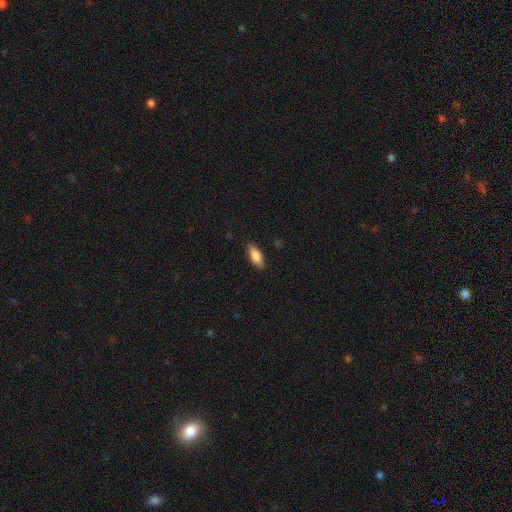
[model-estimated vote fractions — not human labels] smooth-or-featured: smooth: 83% | featured or disk: 10% | star or artifact: 6%
  how-rounded: in between: 78% | cigar-shaped: 19% | round: 2%
  merging: none: 88% | minor disturbance: 9% | major disturbance: 2% | merger: 1%